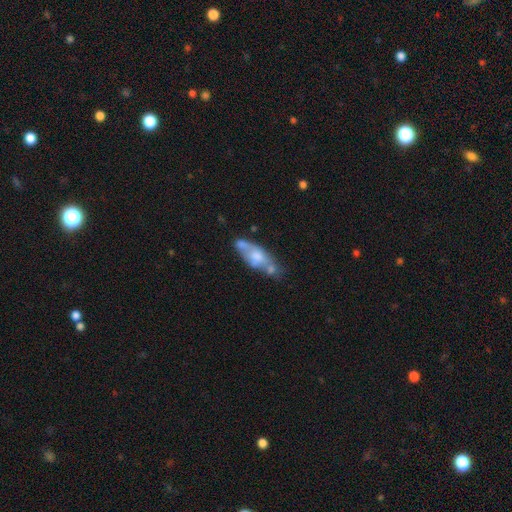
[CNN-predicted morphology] smooth 47%, featured or disk 46%, star or artifact 7%. Down the decision tree: merging — none (36%).